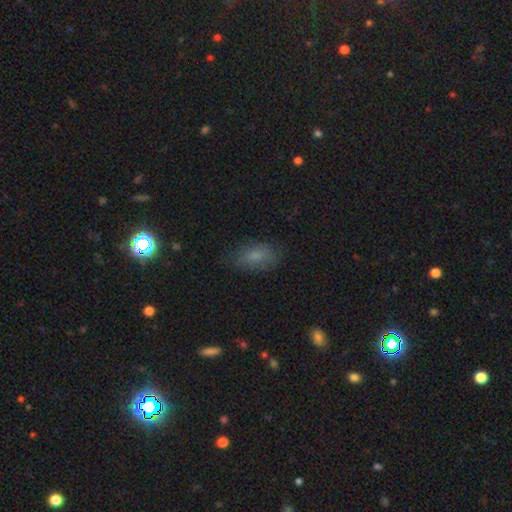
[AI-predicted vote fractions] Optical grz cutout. It shows a smooth galaxy with no disk features (76%) that is in between round and cigar-shaped (89%). Merging: none (76%).